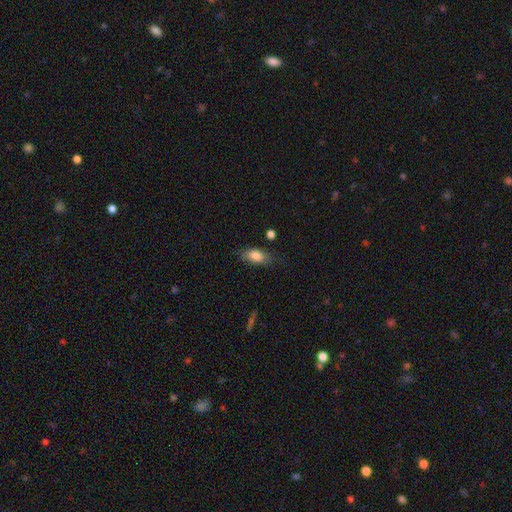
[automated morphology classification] Smooth or featured?
  - smooth: 82% *
  - featured or disk: 11%
  - star or artifact: 7%
How rounded?
  - in between: 85% *
  - cigar-shaped: 10%
  - round: 4%
Merging?
  - none: 71% *
  - minor disturbance: 21%
  - major disturbance: 5%
  - merger: 2%